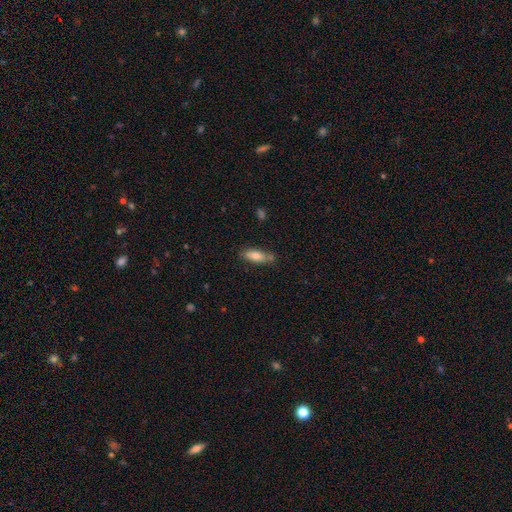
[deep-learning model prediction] smooth-or-featured: smooth: 76% | featured or disk: 17% | star or artifact: 7%
  how-rounded: in between: 63% | cigar-shaped: 35% | round: 2%
  merging: none: 68% | minor disturbance: 20% | merger: 8% | major disturbance: 4%